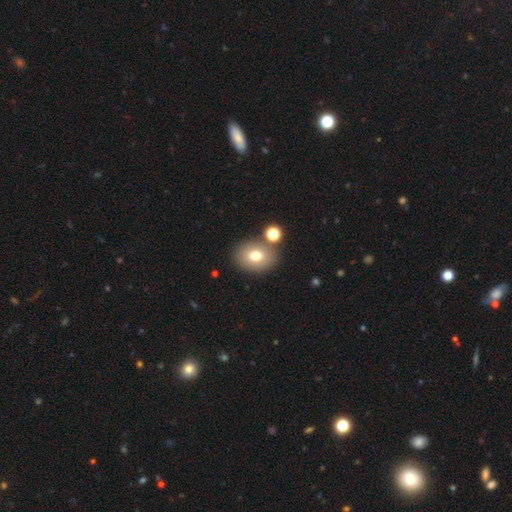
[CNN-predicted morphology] A smooth galaxy with no disk features (74%) that is in between round and cigar-shaped (58%).

Vote fractions:
- Smooth or featured? smooth: 74% / featured or disk: 15% / star or artifact: 11%
- How rounded? in between: 58% / round: 41% / cigar-shaped: 1%
- Merging? none: 76% / merger: 11% / minor disturbance: 10% / major disturbance: 3%